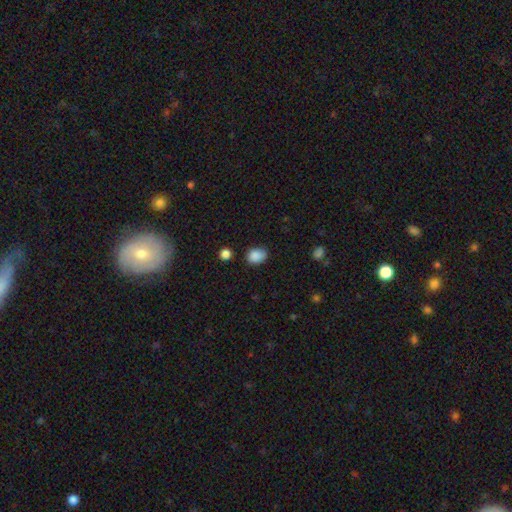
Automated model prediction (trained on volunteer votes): The model was most divided on "how rounded": in between: 61%, round: 38%, cigar-shaped: 1%. More confident: smooth or featured — smooth (87%); merging — none (72%).